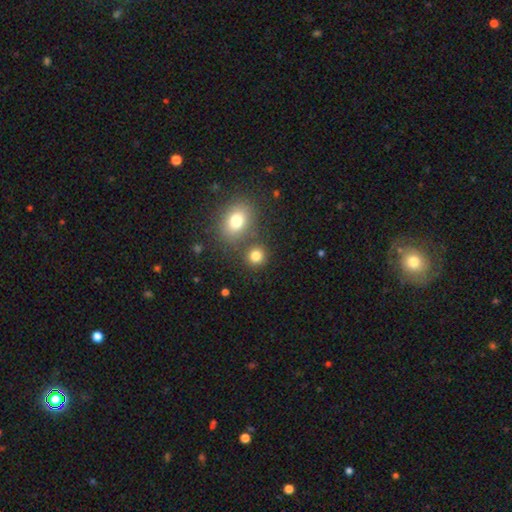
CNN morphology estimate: A smooth galaxy with no disk features (80%) that is round (85%). Merging: none (72%).